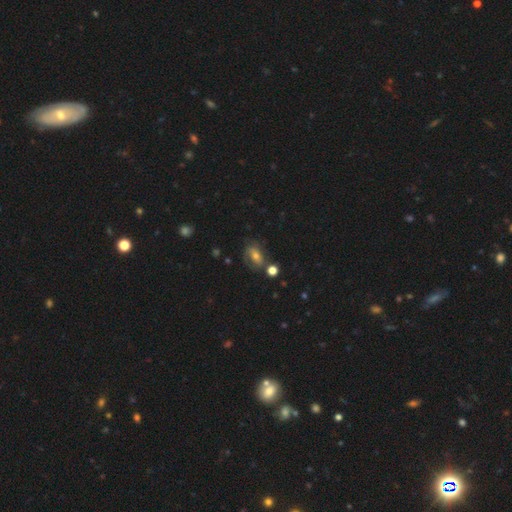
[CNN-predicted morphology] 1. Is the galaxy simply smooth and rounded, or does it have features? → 46% smooth, 38% featured or disk, 15% star or artifact.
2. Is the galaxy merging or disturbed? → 59% none, 22% minor disturbance, 11% major disturbance, 8% merger.